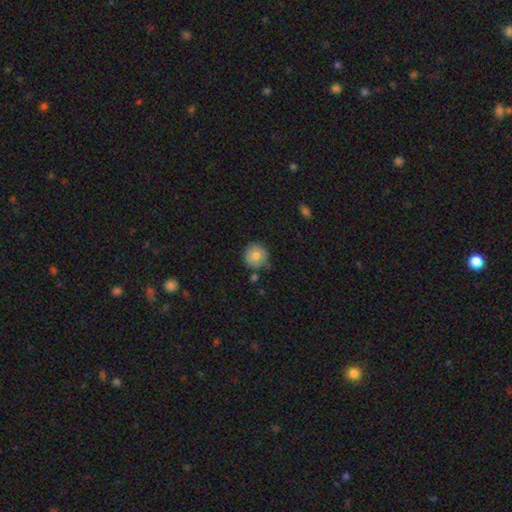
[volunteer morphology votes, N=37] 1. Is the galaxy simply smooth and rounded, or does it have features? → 84% smooth, 14% featured or disk, 3% star or artifact.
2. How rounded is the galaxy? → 100% round, 0% in between, 0% cigar-shaped.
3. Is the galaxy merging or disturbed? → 92% none, 6% minor disturbance, 3% merger, 0% major disturbance.